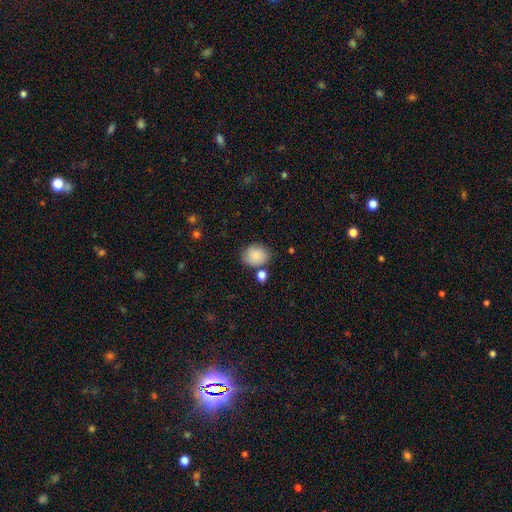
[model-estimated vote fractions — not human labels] smooth-or-featured: smooth: 86% | star or artifact: 8% | featured or disk: 7%
  how-rounded: round: 51% | in between: 48% | cigar-shaped: 1%
  merging: none: 71% | minor disturbance: 16% | merger: 9% | major disturbance: 4%